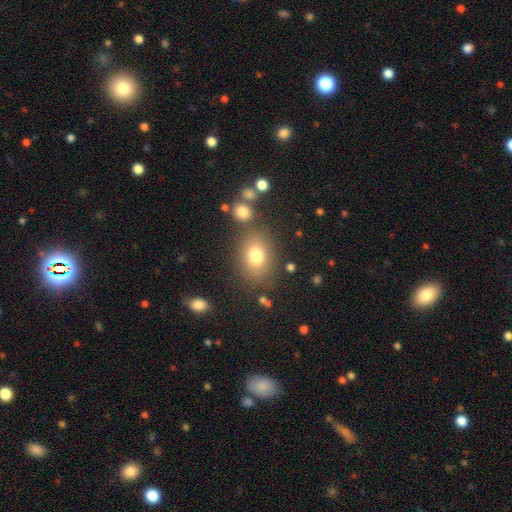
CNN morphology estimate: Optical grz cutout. It shows a smooth galaxy with no disk features (76%) that is in between round and cigar-shaped (62%). Merging: none (75%).